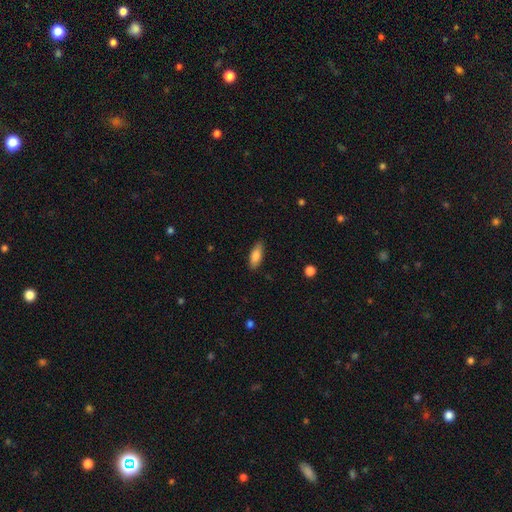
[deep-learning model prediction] This appears to be a smooth galaxy with no disk features (83%) that is in between round and cigar-shaped (75%). Merging: none (84%).